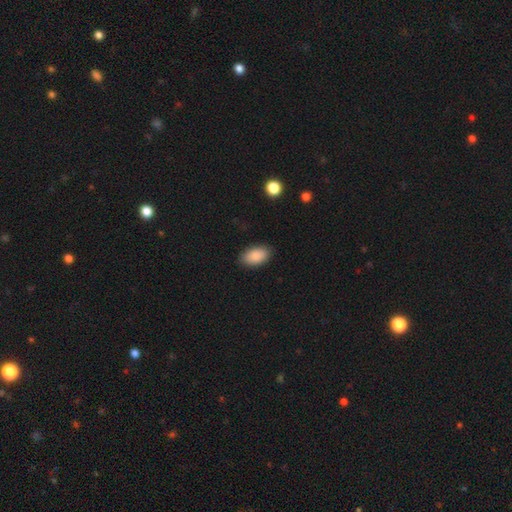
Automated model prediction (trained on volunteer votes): Overall: smooth (89%). How rounded: in between (94%). Merging: none (87%).